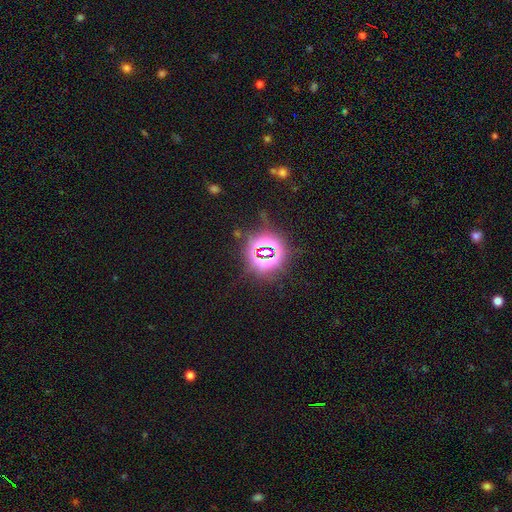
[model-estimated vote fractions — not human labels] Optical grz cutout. It shows a star or artifact, not a galaxy (80%).